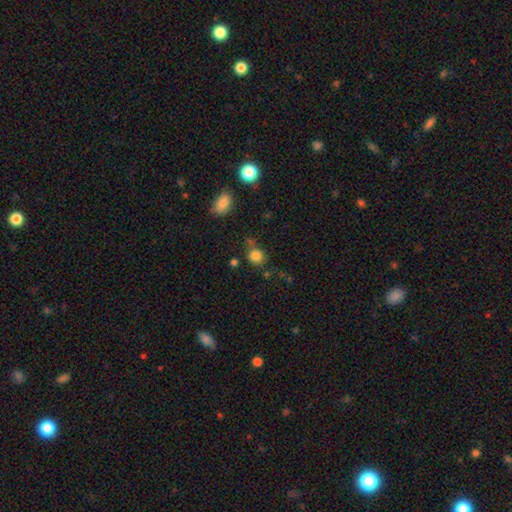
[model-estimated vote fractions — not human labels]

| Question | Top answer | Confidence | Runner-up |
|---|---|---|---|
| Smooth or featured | smooth | 82% | star or artifact (12%) |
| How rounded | round | 82% | in between (17%) |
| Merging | none | 69% | minor disturbance (14%) |